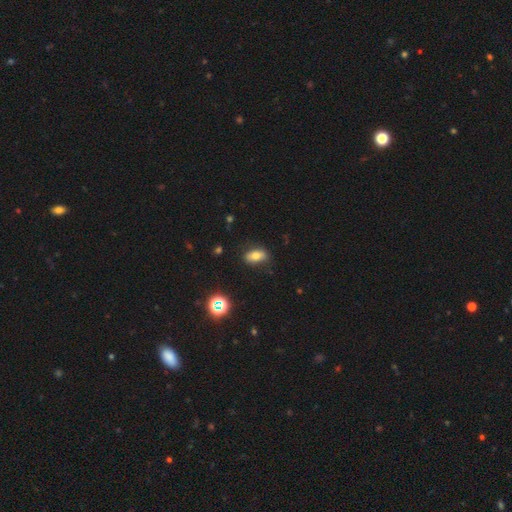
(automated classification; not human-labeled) smooth_or_featured: smooth (p=0.70) [alt: featured or disk p=0.18]
how_rounded: in between (p=0.85) [alt: round p=0.09]
merging: none (p=0.80) [alt: minor disturbance p=0.14]